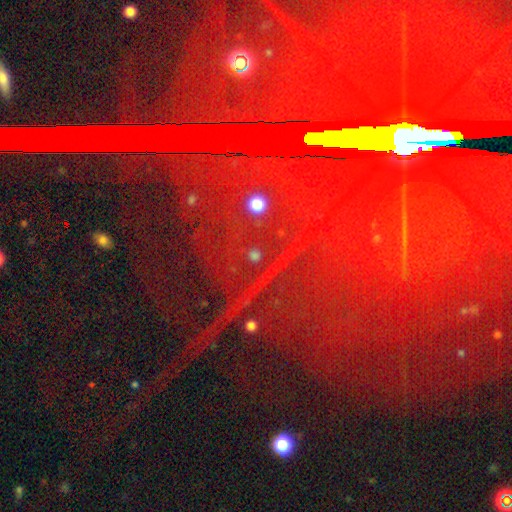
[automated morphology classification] smooth-or-featured: star or artifact: 85% | featured or disk: 9% | smooth: 5%